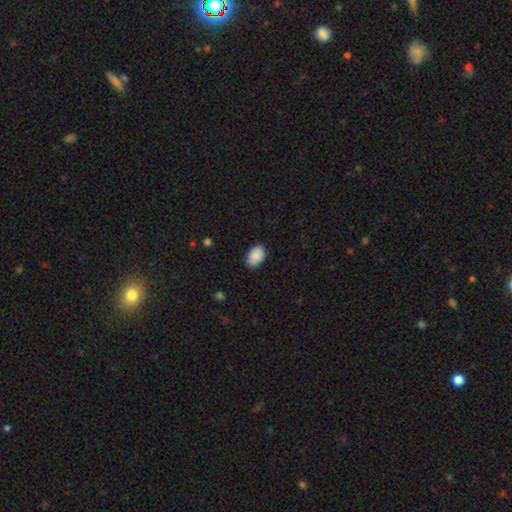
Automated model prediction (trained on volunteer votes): This is clearly a smooth galaxy (90%). How rounded: clearly in between (90%). Merging: clearly none (85%).